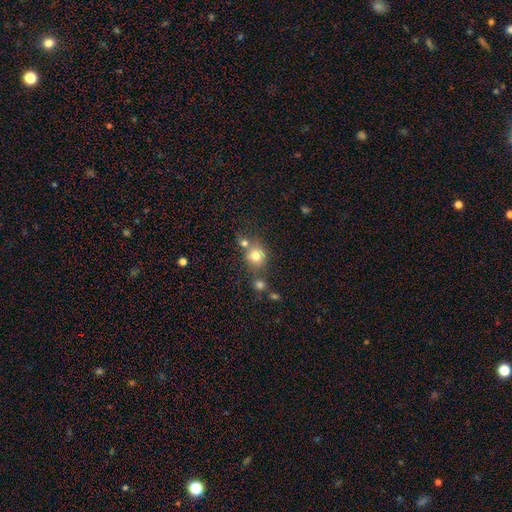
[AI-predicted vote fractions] This is likely a smooth galaxy (76%). How rounded: clearly round (82%). Merging: possibly none (59%).